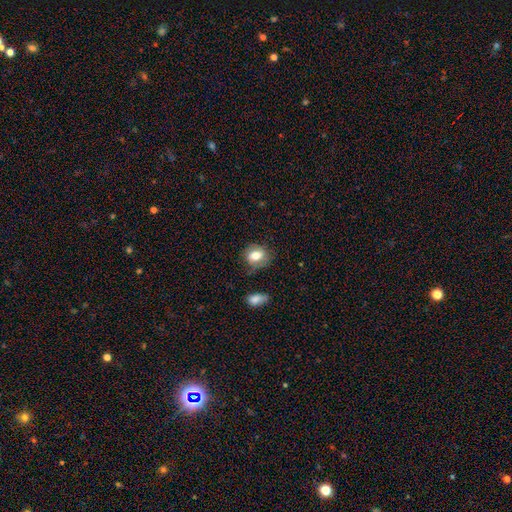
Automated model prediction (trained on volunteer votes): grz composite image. It shows a smooth galaxy with no disk features (76%) that is round (52%). Merging: none (67%).